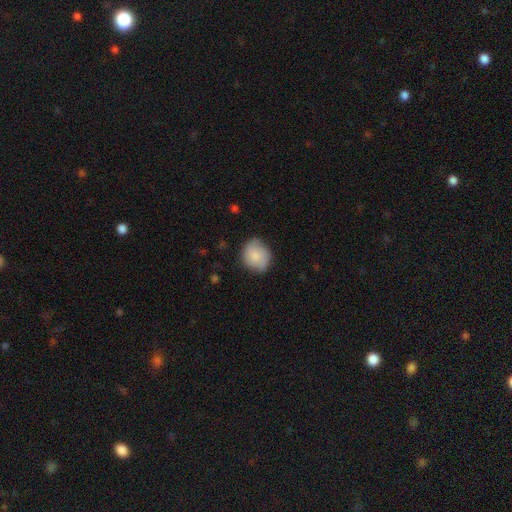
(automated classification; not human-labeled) smooth_or_featured: smooth (p=0.75) [alt: featured or disk p=0.18]
how_rounded: round (p=0.73) [alt: in between p=0.26]
merging: none (p=0.73) [alt: minor disturbance p=0.22]